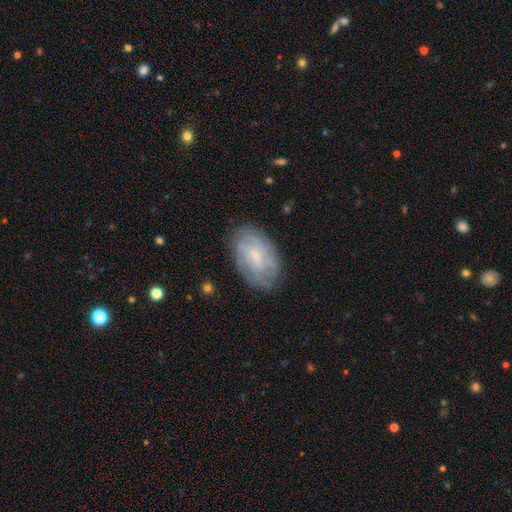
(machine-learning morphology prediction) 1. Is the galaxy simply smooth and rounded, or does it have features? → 50% featured or disk, 42% smooth, 8% star or artifact.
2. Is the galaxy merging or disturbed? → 78% none, 16% minor disturbance, 5% major disturbance, 1% merger.